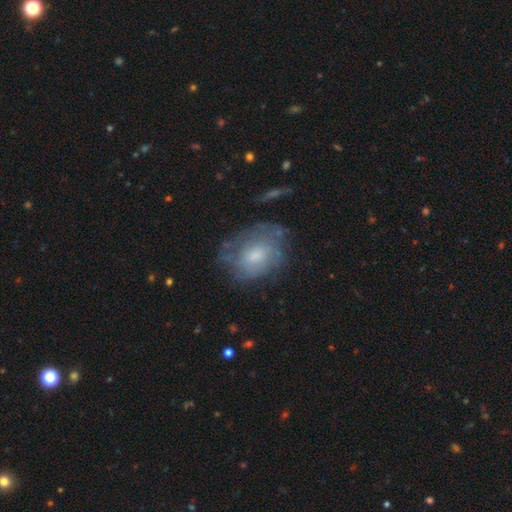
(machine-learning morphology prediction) This appears to be a smooth galaxy with no disk features (49%). Merging: none (58%).